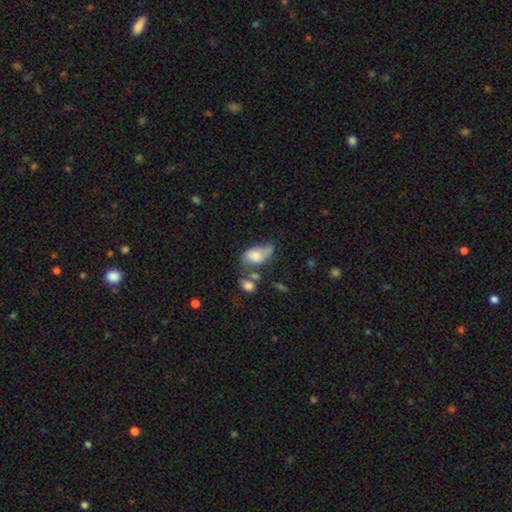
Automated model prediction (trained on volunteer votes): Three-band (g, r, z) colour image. It shows a smooth galaxy with no disk features (58%) that is in between round and cigar-shaped (88%). Merging: minor disturbance (27%).